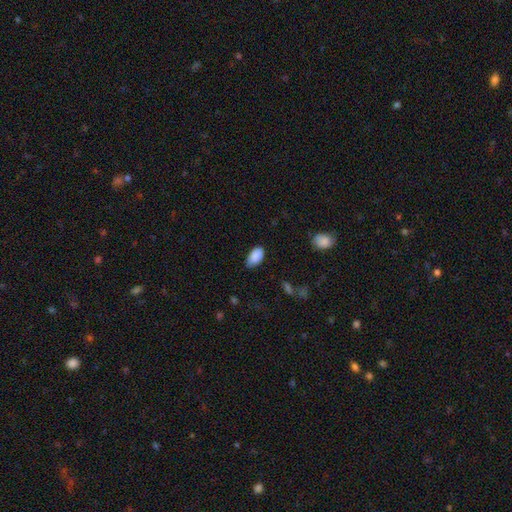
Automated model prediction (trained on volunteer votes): Smooth or featured? Predicted: smooth (p=0.89). How rounded? Predicted: in between (p=0.95). Merging? Predicted: none (p=0.74).